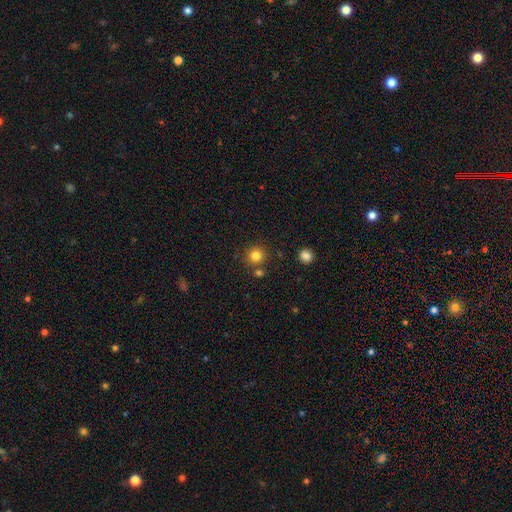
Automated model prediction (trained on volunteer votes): Smooth or featured? Predicted: smooth (p=0.82). How rounded? Predicted: round (p=0.94). Merging? Predicted: none (p=0.82).